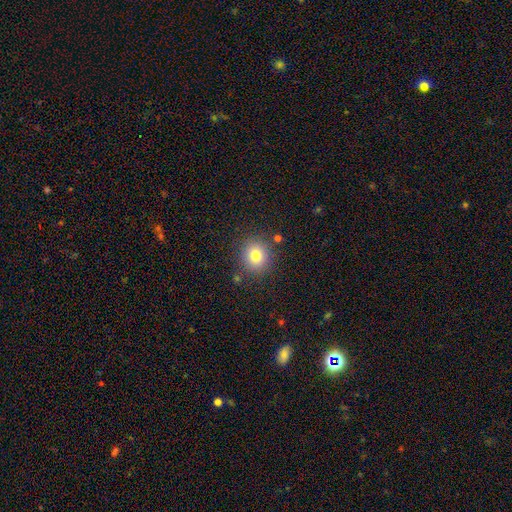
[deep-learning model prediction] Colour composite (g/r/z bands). It shows a smooth galaxy with no disk features (79%) that is round (85%). Merging: none (86%).